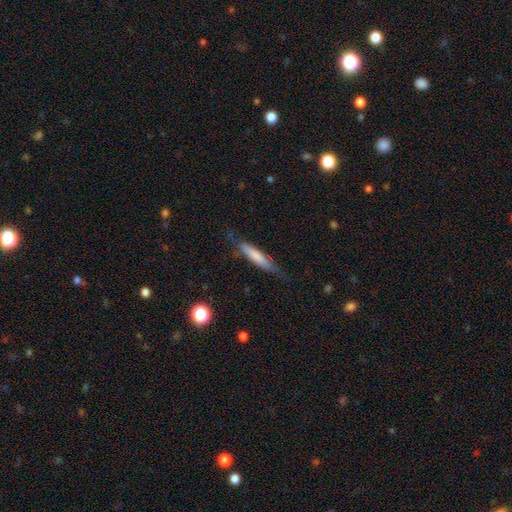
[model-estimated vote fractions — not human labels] The model was most divided on "smooth or featured": smooth: 70%, featured or disk: 24%, star or artifact: 6%. More confident: how rounded — cigar-shaped (86%); merging — none (70%).